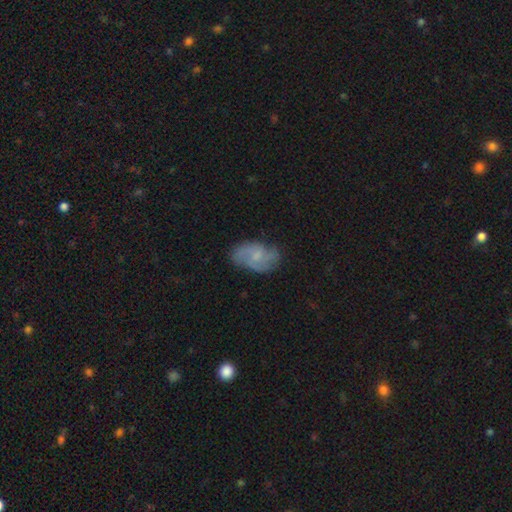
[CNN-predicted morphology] A featured or disk galaxy (61%) with no bar (61%), 2 (51%) medium (47%) spiral arms (88%) and a small central bulge (56%).

Vote fractions:
- Smooth or featured? featured or disk: 61% / smooth: 32% / star or artifact: 7%
- Edge-on disk? no: 97% / yes: 3%
- Bar? no: 61% / weak: 35% / strong: 4%
- Spiral arms? yes: 88% / no: 12%
- Spiral winding? medium: 47% / loose: 30% / tight: 23%
- Spiral arm count? 2: 51% / can't tell: 21% / 3: 17% / 4: 4% / 1: 4% / more than 4: 3%
- Bulge size? small: 56% / moderate: 24% / none: 17% / large: 2% / dominant: 1%
- Merging? none: 67% / minor disturbance: 23% / major disturbance: 8% / merger: 1%